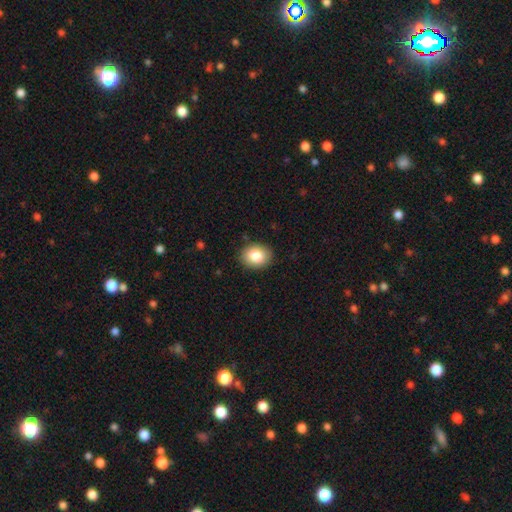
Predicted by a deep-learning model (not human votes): smooth 84%, star or artifact 8%, featured or disk 7%. Down the decision tree: how rounded — in between (50%, tied with round); merging — none (88%).